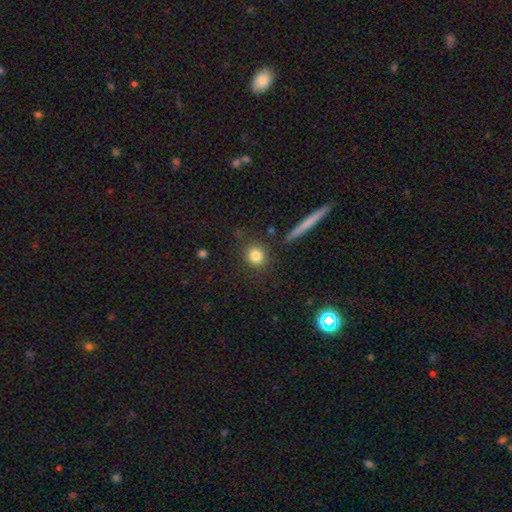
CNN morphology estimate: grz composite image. It shows a smooth galaxy with no disk features (83%) that is round (88%). Merging: none (86%).